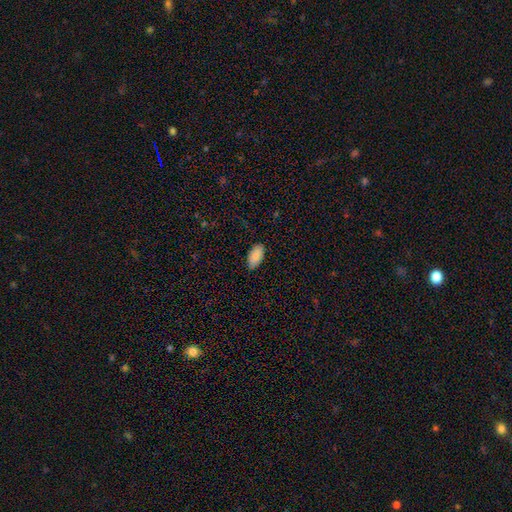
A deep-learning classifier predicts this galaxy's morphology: This is clearly a smooth galaxy (85%). How rounded: clearly in between (95%). Merging: clearly none (83%).